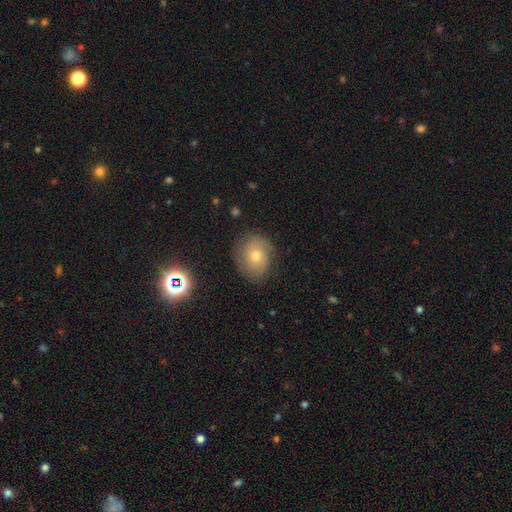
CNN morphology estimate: type=smooth (51%); roundness=round (65%); merging=none (78%).